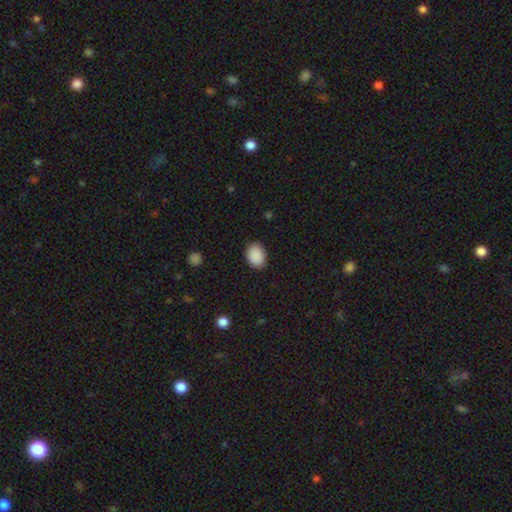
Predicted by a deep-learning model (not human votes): This is clearly a smooth galaxy (90%). How rounded: likely in between (69%). Merging: clearly none (84%).